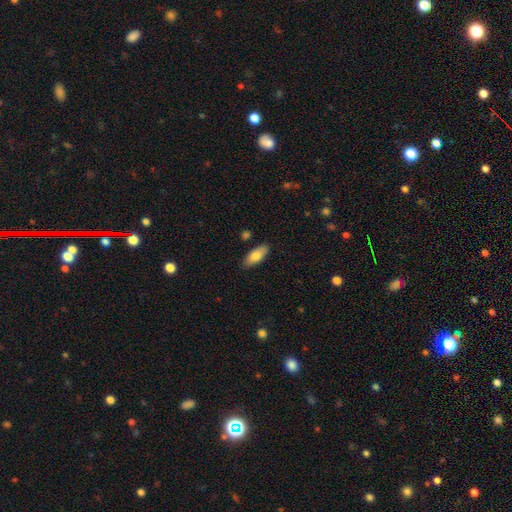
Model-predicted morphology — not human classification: Smooth or featured: smooth — 77% (featured or disk — 16%)
How rounded: in between — 78% (cigar-shaped — 19%)
Merging: none — 86% (minor disturbance — 10%)